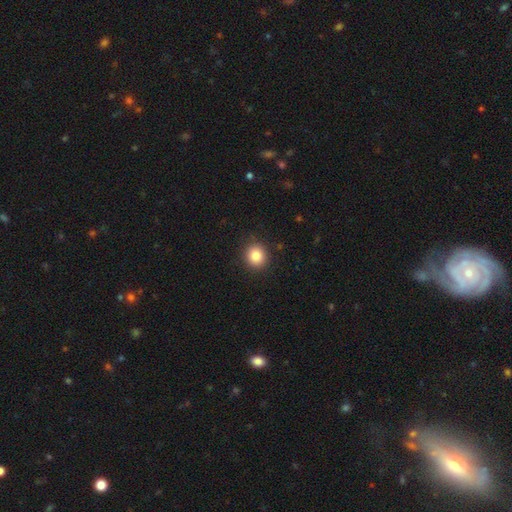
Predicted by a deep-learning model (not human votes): Smooth or featured: smooth — 84% (star or artifact — 10%)
How rounded: round — 87% (in between — 12%)
Merging: none — 91% (minor disturbance — 6%)